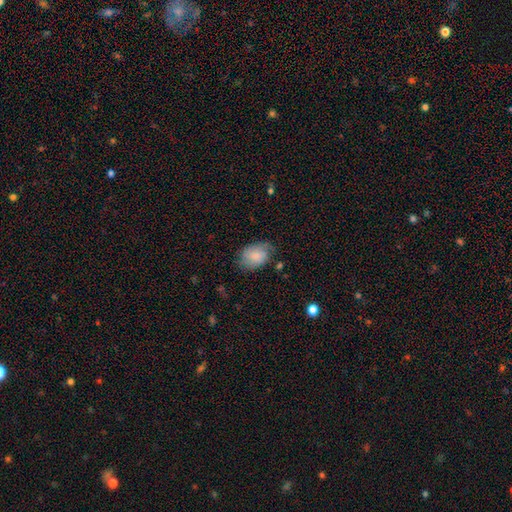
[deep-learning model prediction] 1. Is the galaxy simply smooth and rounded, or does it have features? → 75% smooth, 18% featured or disk, 7% star or artifact.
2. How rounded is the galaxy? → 79% in between, 20% round, 1% cigar-shaped.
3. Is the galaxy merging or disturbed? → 61% none, 29% minor disturbance, 9% major disturbance, 2% merger.